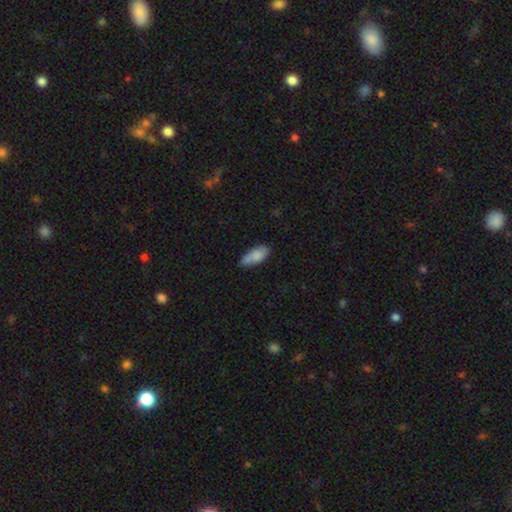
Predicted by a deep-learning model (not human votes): Smooth or featured: smooth — 80% (featured or disk — 13%)
How rounded: in between — 82% (cigar-shaped — 16%)
Merging: none — 65% (minor disturbance — 27%)